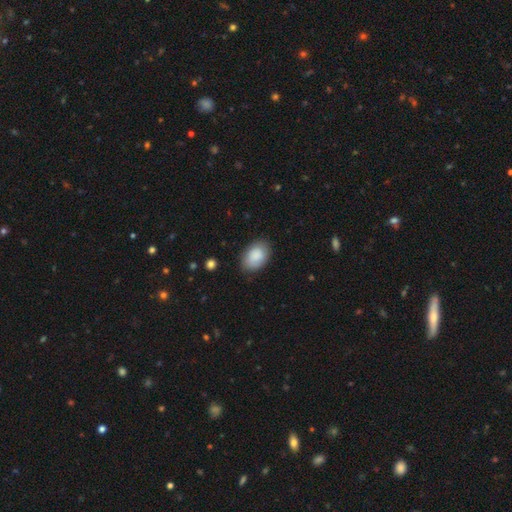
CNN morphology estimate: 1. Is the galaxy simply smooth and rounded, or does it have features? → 87% smooth, 7% featured or disk, 6% star or artifact.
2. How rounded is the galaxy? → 86% in between, 13% round, 1% cigar-shaped.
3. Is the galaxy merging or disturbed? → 82% none, 14% minor disturbance, 3% major disturbance, 1% merger.